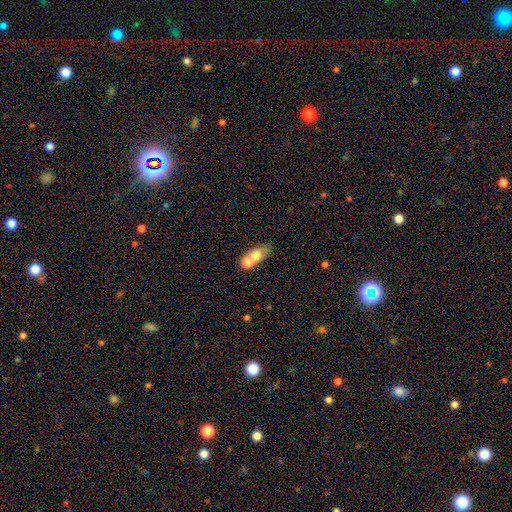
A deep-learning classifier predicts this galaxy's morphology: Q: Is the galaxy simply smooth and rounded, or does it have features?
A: smooth — 66%.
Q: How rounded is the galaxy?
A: in between — 67%.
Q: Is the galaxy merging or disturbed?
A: merger — 58%.